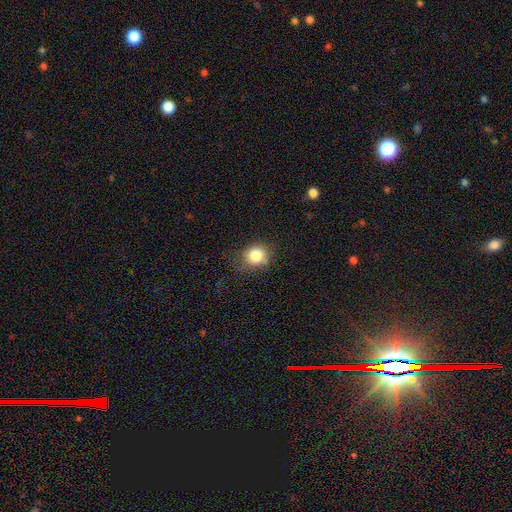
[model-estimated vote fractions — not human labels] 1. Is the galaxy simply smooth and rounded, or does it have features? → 84% smooth, 10% star or artifact, 6% featured or disk.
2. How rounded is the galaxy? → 77% round, 22% in between, 1% cigar-shaped.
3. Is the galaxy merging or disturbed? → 78% none, 16% minor disturbance, 5% major disturbance, 1% merger.